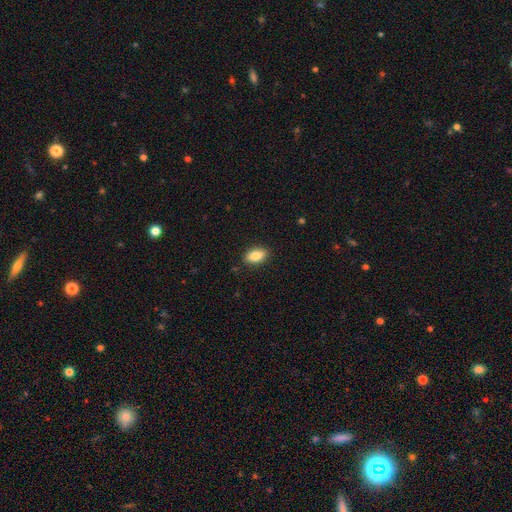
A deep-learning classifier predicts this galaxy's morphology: Smooth or featured? smooth (85%)
How rounded? in between (89%)
Merging? none (88%)